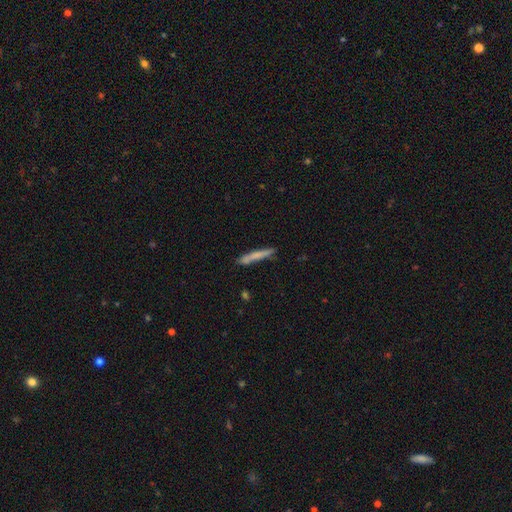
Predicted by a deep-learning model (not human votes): smooth-or-featured: smooth: 69% | featured or disk: 25% | star or artifact: 6%
  how-rounded: cigar-shaped: 95% | in between: 3% | round: 1%
  merging: none: 80% | minor disturbance: 14% | merger: 3% | major disturbance: 3%